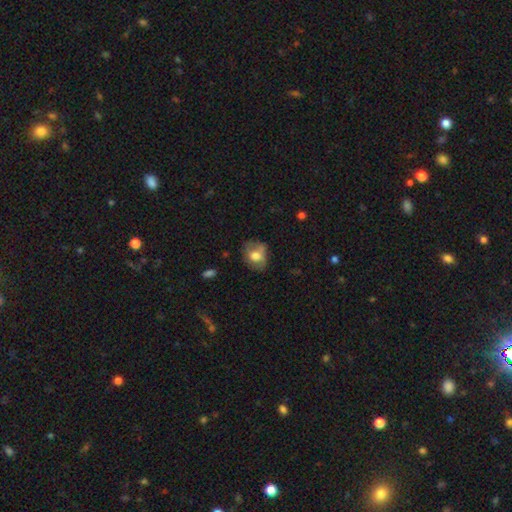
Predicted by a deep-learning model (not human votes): Smooth or featured? smooth (62%)
How rounded? in between (52%)
Merging? none (55%)